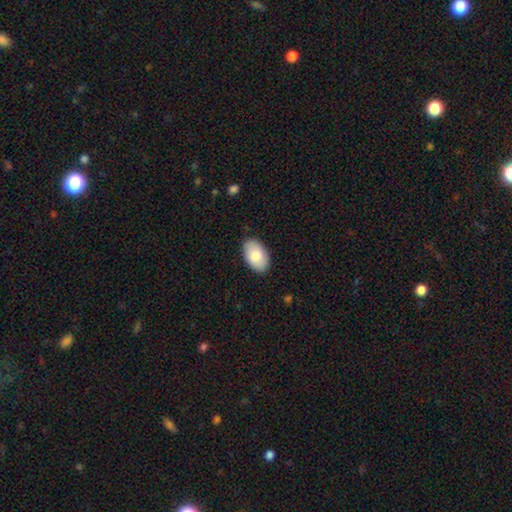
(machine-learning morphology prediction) A smooth galaxy with no disk features (80%) that is in between round and cigar-shaped (93%).

Vote fractions:
- Smooth or featured? smooth: 80% / featured or disk: 14% / star or artifact: 6%
- How rounded? in between: 93% / round: 5% / cigar-shaped: 1%
- Merging? none: 87% / minor disturbance: 10% / major disturbance: 2% / merger: 1%